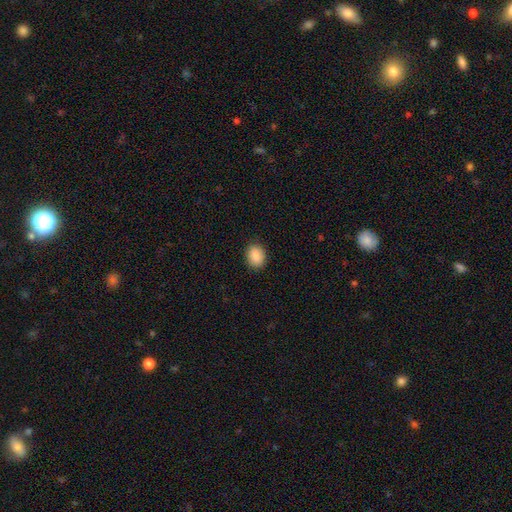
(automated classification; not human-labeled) The model was most divided on "how rounded": round: 52%, in between: 47%, cigar-shaped: 1%. More confident: merging — none (89%); smooth or featured — smooth (89%).